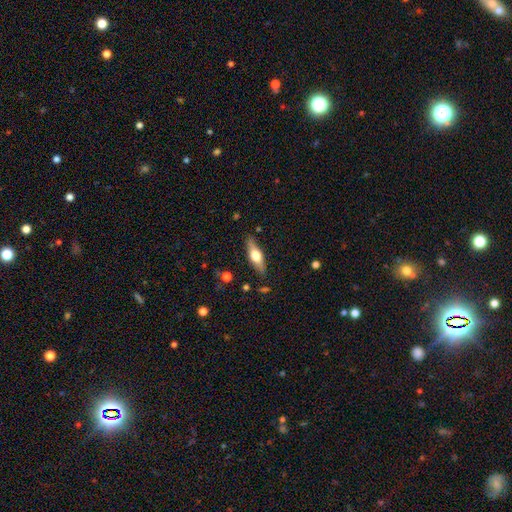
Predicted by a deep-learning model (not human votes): smooth-or-featured: featured or disk: 49% | smooth: 45% | star or artifact: 6%
  merging: none: 85% | minor disturbance: 11% | major disturbance: 2% | merger: 2%